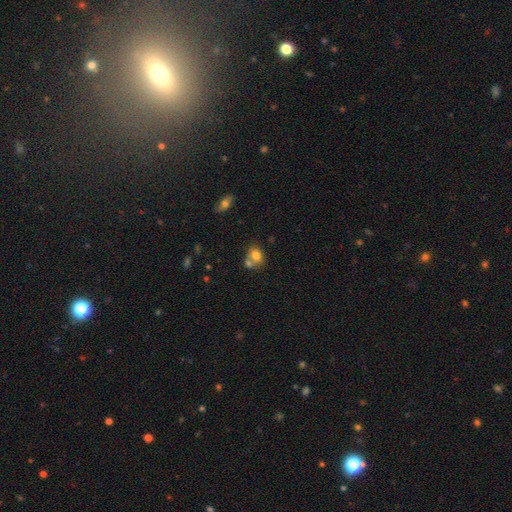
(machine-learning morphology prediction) Smooth or featured?
  - smooth: 76% *
  - featured or disk: 14%
  - star or artifact: 10%
How rounded?
  - in between: 54% *
  - round: 45%
  - cigar-shaped: 1%
Merging?
  - merger: 42% * (tied)
  - none: 42% * (tied)
  - minor disturbance: 12%
  - major disturbance: 4%